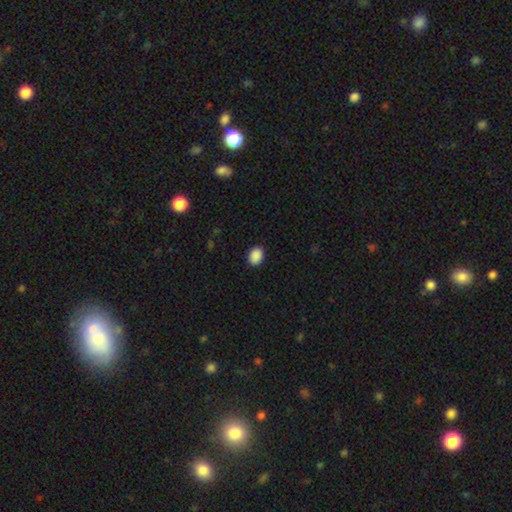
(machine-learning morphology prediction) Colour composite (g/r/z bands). It shows a smooth galaxy with no disk features (90%) that is in between round and cigar-shaped (65%). Merging: none (89%).